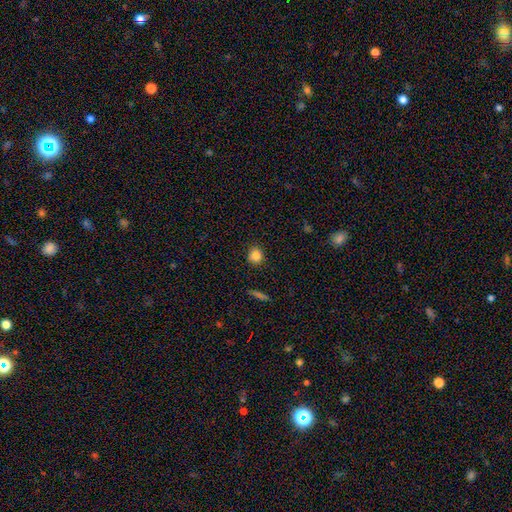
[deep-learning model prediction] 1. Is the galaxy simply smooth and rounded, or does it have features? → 83% smooth, 11% star or artifact, 6% featured or disk.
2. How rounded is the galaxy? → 87% round, 11% in between, 1% cigar-shaped.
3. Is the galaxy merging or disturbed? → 88% none, 8% minor disturbance, 2% major disturbance, 1% merger.